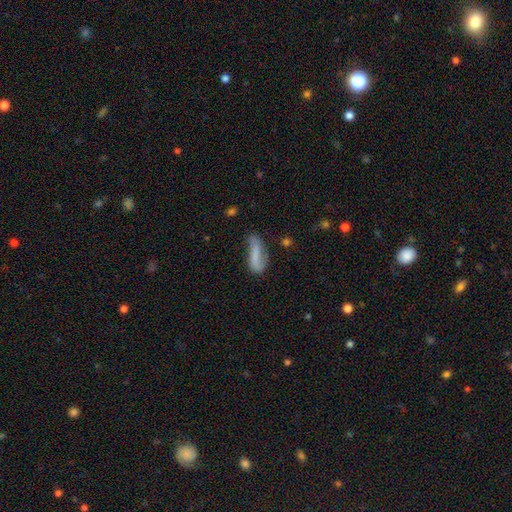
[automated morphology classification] The model was most divided on "how rounded": in between: 49%, cigar-shaped: 48%, round: 3%. Remaining: smooth or featured — smooth (59%); merging — none (45%).